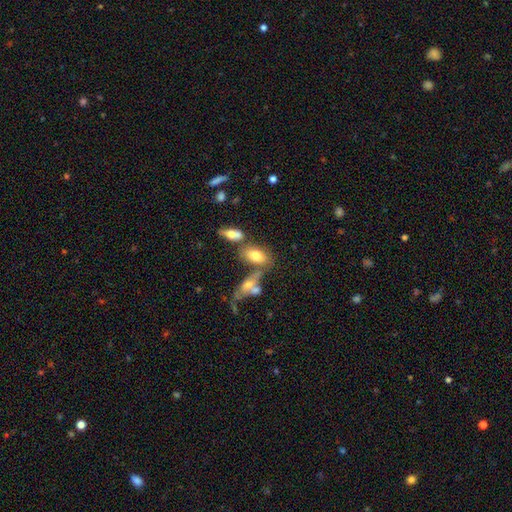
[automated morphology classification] smooth-or-featured: smooth: 74% | featured or disk: 17% | star or artifact: 9%
  how-rounded: in between: 89% | round: 5% | cigar-shaped: 5%
  merging: none: 47% | merger: 31% | minor disturbance: 15% | major disturbance: 7%